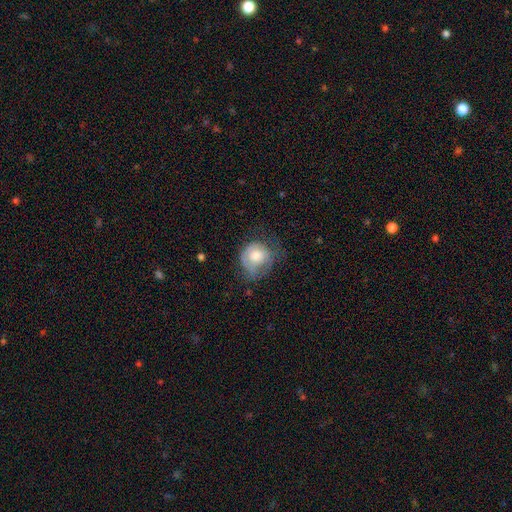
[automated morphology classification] Q: Smooth or featured?
A: smooth (63%); runner-up: featured or disk (29%)
Q: How rounded?
A: round (76%); runner-up: in between (23%)
Q: Merging?
A: none (42%); runner-up: minor disturbance (32%)